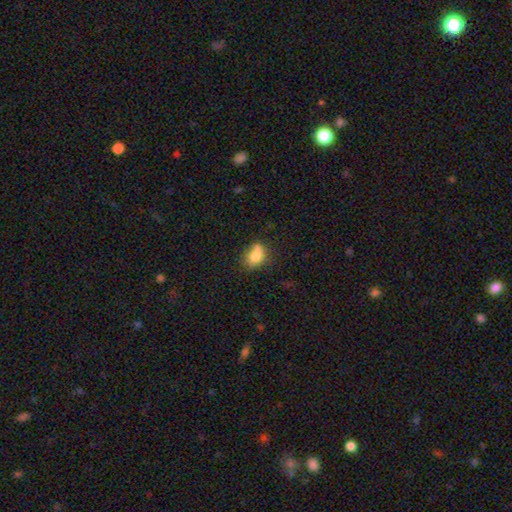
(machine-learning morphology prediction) A smooth galaxy with no disk features (75%) that is in between round and cigar-shaped (53%).

Vote fractions:
- Smooth or featured? smooth: 75% / featured or disk: 15% / star or artifact: 11%
- How rounded? in between: 53% / round: 46% / cigar-shaped: 1%
- Merging? none: 43% / merger: 26% / minor disturbance: 22% / major disturbance: 9%